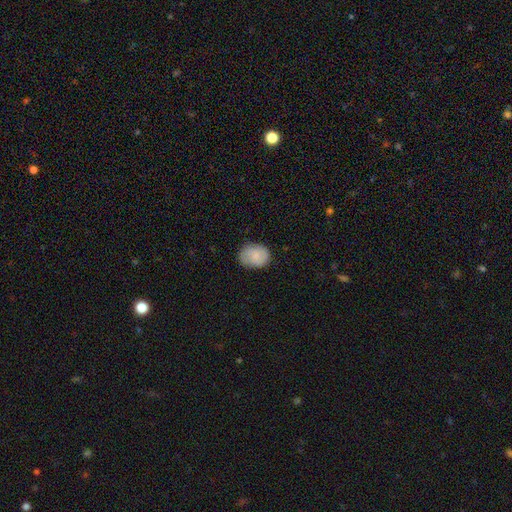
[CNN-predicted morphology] smooth-or-featured: smooth: 80% | featured or disk: 13% | star or artifact: 7%
  how-rounded: in between: 55% | round: 44% | cigar-shaped: 1%
  merging: none: 76% | minor disturbance: 19% | major disturbance: 4% | merger: 1%